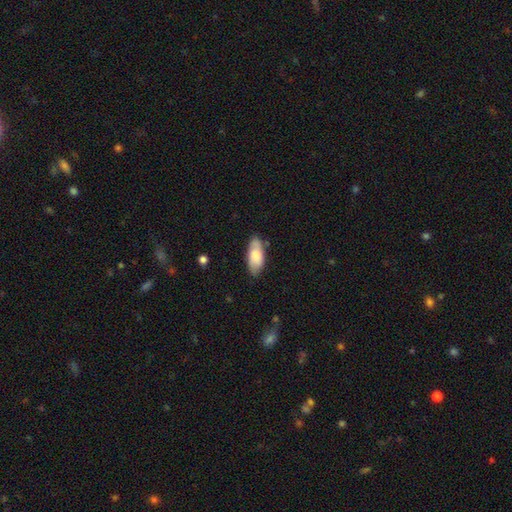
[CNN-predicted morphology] This is likely a smooth galaxy (73%). How rounded: clearly in between (86%). Merging: likely none (77%).